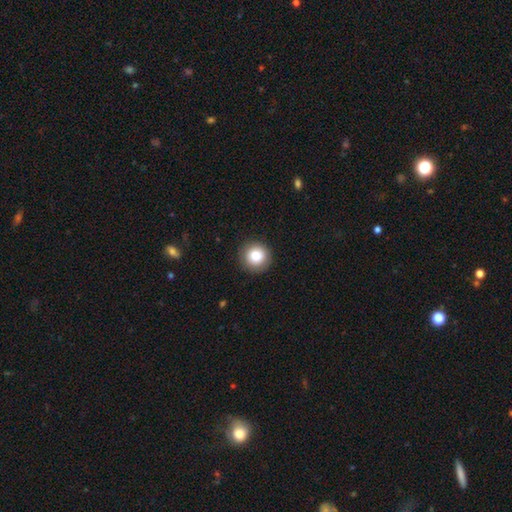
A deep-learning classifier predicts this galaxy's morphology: Q: Smooth or featured?
A: smooth (82%); runner-up: star or artifact (10%)
Q: How rounded?
A: round (95%); runner-up: in between (4%)
Q: Merging?
A: none (91%); runner-up: minor disturbance (6%)